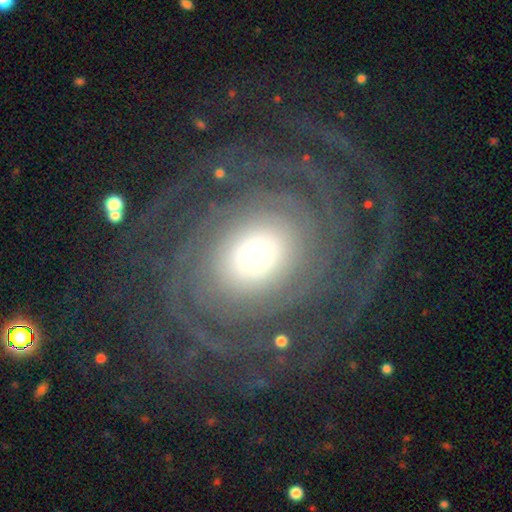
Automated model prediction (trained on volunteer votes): A featured or disk galaxy (88%) with no bar (79%), more than 4 (24%) tight (79%) spiral arms (96%) and a small central bulge (36%).

Vote fractions:
- Smooth or featured? featured or disk: 88% / star or artifact: 6% / smooth: 6%
- Edge-on disk? no: 97% / yes: 3%
- Bar? no: 79% / weak: 11% / strong: 9%
- Spiral arms? yes: 96% / no: 4%
- Spiral winding? tight: 79% / medium: 15% / loose: 6%
- Spiral arm count? more than 4: 24% / can't tell: 22% / 2: 16% / 4: 15% / 3: 14% / 1: 10%
- Bulge size? small: 36% / moderate: 33% / large: 24% / dominant: 6% / none: 2%
- Merging? none: 76% / minor disturbance: 11% / major disturbance: 11% / merger: 2%